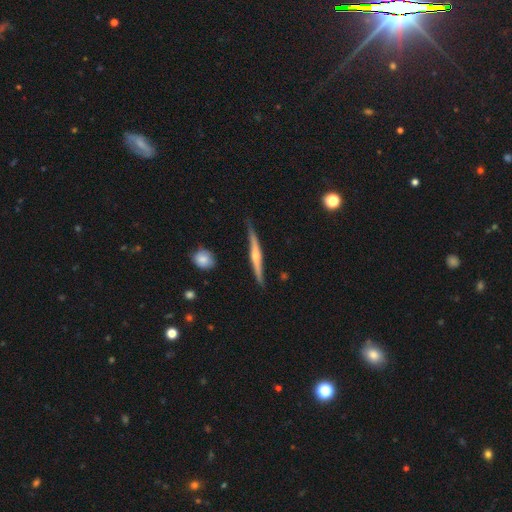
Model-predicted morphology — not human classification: Overall: featured or disk (74%). Edge-on disk: yes (97%). Edge-on bulge: rounded (83%). Merging: none (81%).